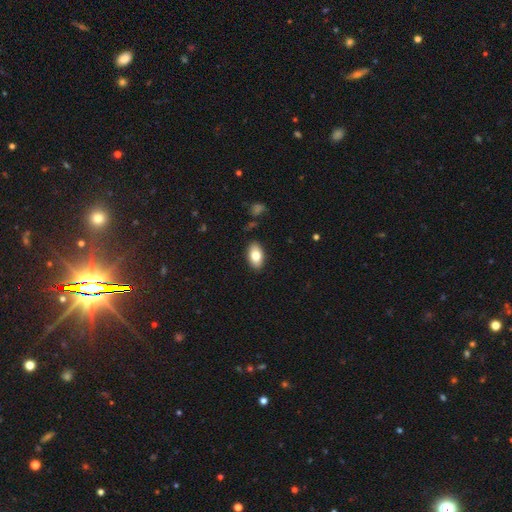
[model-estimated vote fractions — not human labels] smooth 78%, featured or disk 15%, star or artifact 7%. Down the decision tree: how rounded — in between (92%); merging — none (88%).